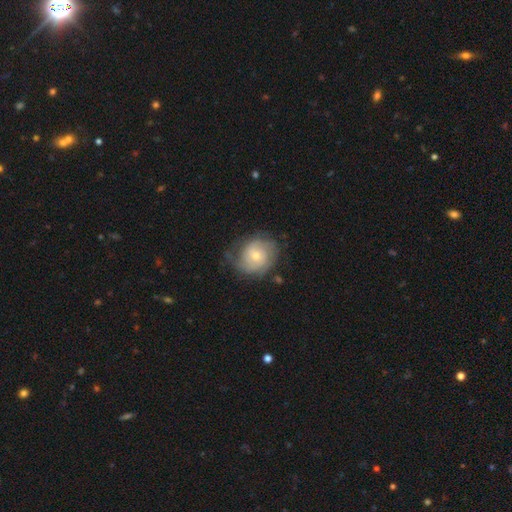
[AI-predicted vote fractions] Overall: featured or disk (64%; smooth 29%). Edge-on disk: no (98%). Bar: no (71%). Spiral arms: yes (87%). Spiral arm count: 2 (39%; can't tell 35%). Spiral winding: tight (54%; medium 33%). Bulge size: small (55%; moderate 41%). Merging: none (64%).